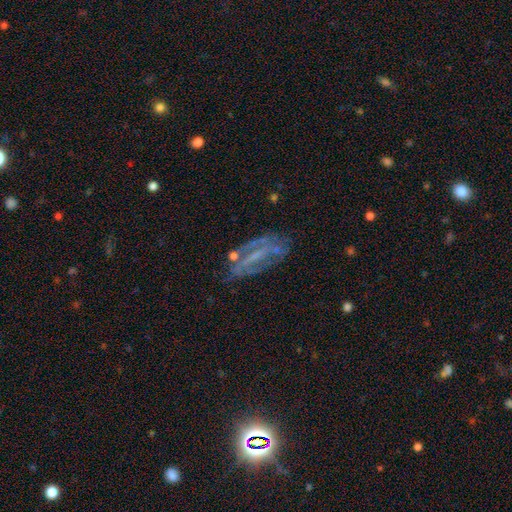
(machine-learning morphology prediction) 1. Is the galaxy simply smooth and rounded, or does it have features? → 62% featured or disk, 20% smooth, 18% star or artifact.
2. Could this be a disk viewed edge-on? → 81% no, 19% yes.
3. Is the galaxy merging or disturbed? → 61% none, 20% minor disturbance, 14% major disturbance, 5% merger.